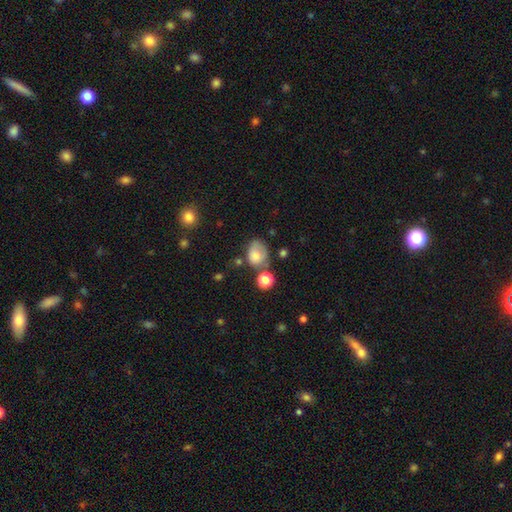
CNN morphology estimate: Smooth or featured: smooth — 73% (featured or disk — 17%)
How rounded: in between — 60% (round — 39%)
Merging: none — 39% (minor disturbance — 30%)